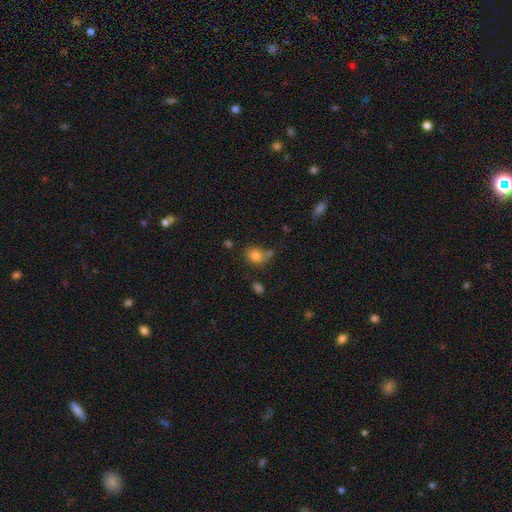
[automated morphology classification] This appears to be a smooth galaxy with no disk features (80%) that is round (58%). Merging: none (53%).